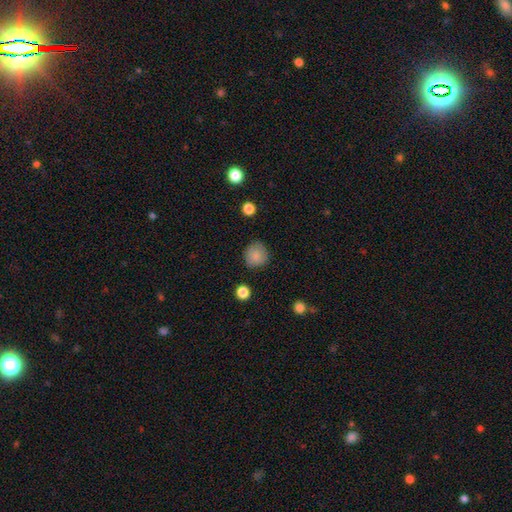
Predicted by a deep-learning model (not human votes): smooth-or-featured: smooth: 84% | star or artifact: 9% | featured or disk: 6%
  how-rounded: round: 90% | in between: 9% | cigar-shaped: 1%
  merging: none: 82% | minor disturbance: 13% | major disturbance: 3% | merger: 2%